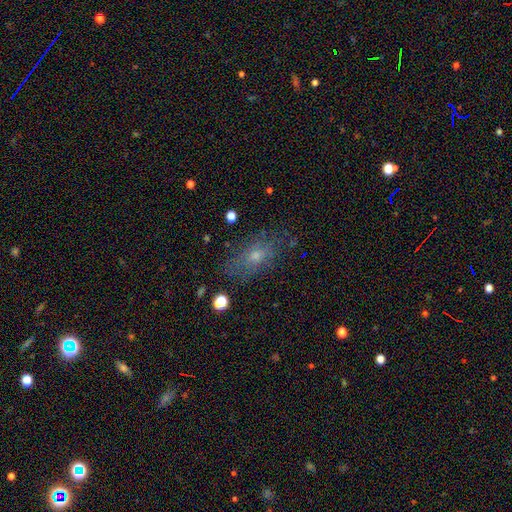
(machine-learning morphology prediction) A smooth galaxy with no disk features (56%) that is in between round and cigar-shaped (80%). Merging: none (71%).